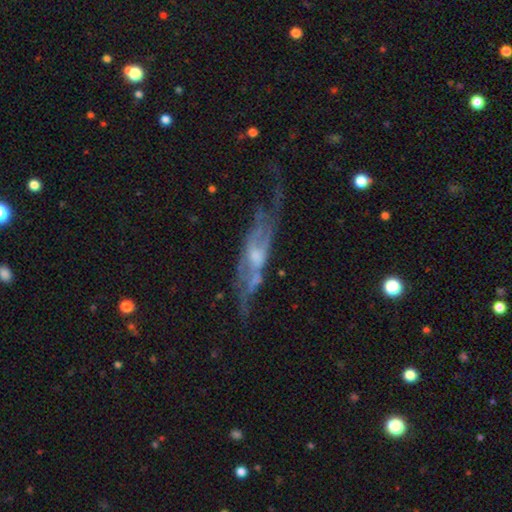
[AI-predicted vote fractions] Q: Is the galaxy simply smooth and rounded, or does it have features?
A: featured or disk — 78%.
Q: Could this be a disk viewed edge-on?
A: no — 59%.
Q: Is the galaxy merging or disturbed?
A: none — 46%.